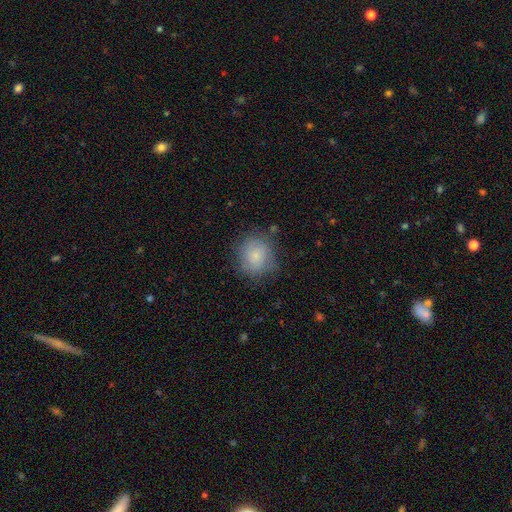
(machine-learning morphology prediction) smooth-or-featured: smooth: 77% | featured or disk: 14% | star or artifact: 9%
  how-rounded: round: 81% | in between: 18% | cigar-shaped: 1%
  merging: none: 71% | minor disturbance: 21% | major disturbance: 7% | merger: 2%